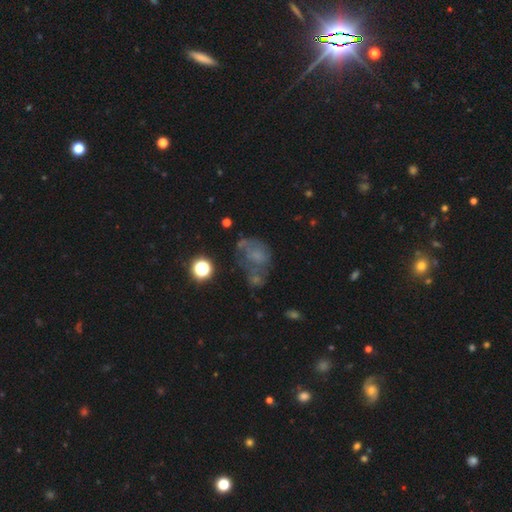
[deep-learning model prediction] featured or disk 38%, smooth 37%, star or artifact 25%. Down the decision tree: merging — none (30%).